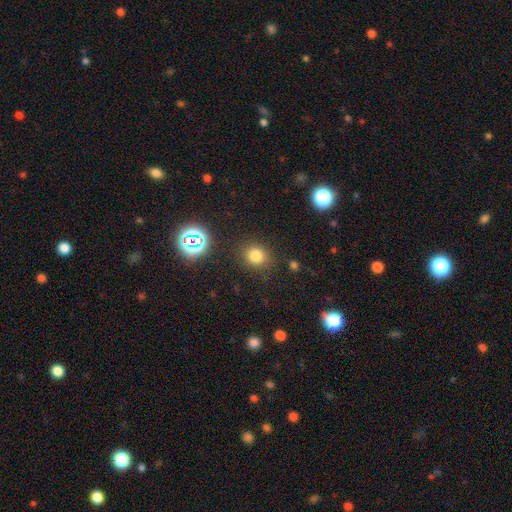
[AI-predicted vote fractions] This is likely a smooth galaxy (77%). How rounded: likely round (73%). Merging: clearly none (84%).